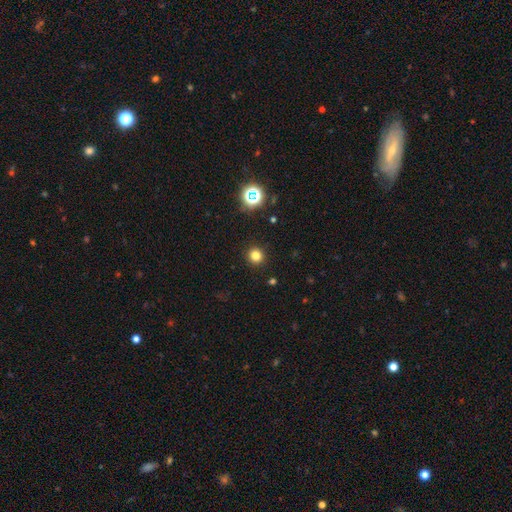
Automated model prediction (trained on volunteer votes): smooth 78%, star or artifact 17%, featured or disk 5%. Down the decision tree: how rounded — round (93%); merging — none (92%).